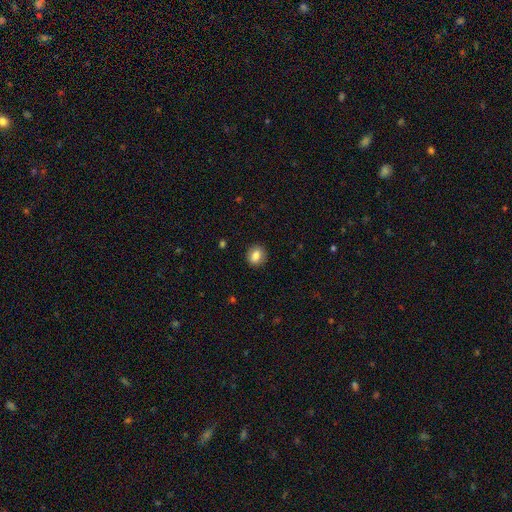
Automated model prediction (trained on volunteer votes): smooth 83%, star or artifact 9%, featured or disk 8%. Down the decision tree: how rounded — round (64%); merging — none (89%).